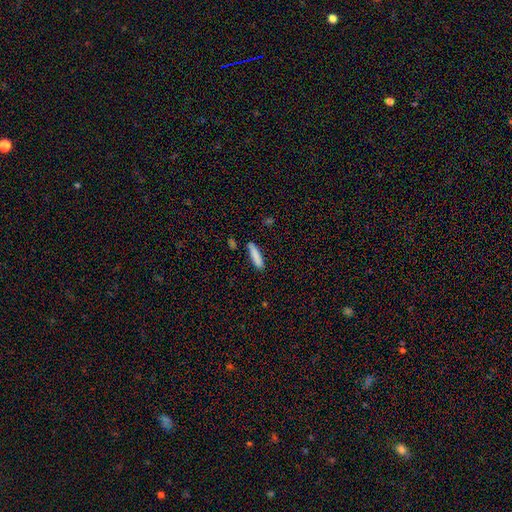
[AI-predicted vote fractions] This is clearly a smooth galaxy (85%). How rounded: clearly cigar-shaped (81%). Merging: clearly none (82%).